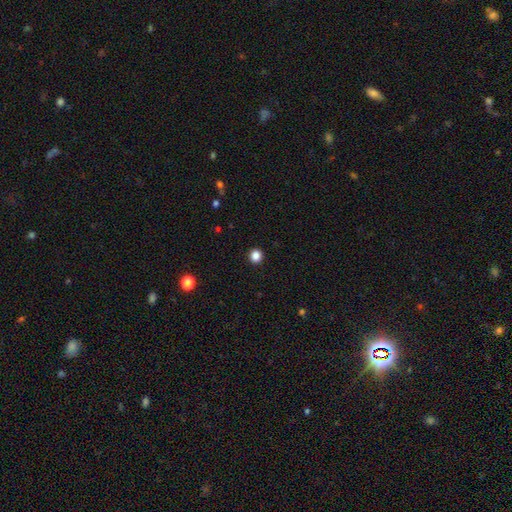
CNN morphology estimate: type=smooth (85%); roundness=round (92%); merging=none (93%).